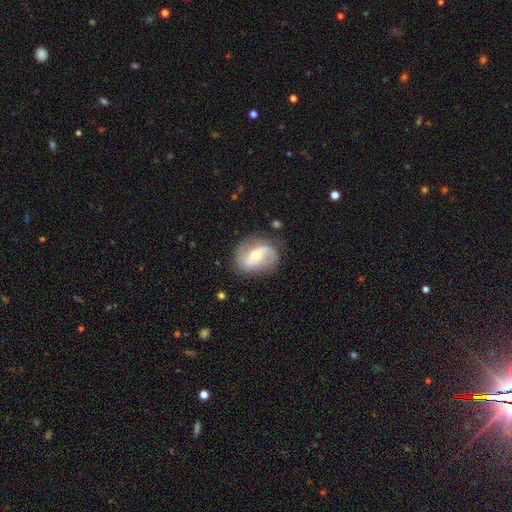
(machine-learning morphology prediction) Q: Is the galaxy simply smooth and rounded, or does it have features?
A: featured or disk — 76%.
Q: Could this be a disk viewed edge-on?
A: no — 96%.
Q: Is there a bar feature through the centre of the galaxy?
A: weak — 40%.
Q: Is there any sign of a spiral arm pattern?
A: yes — 90%.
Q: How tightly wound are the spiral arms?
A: medium — 42%.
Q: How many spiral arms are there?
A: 2 — 85%.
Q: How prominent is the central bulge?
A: moderate — 57%.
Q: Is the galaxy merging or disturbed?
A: none — 74%.